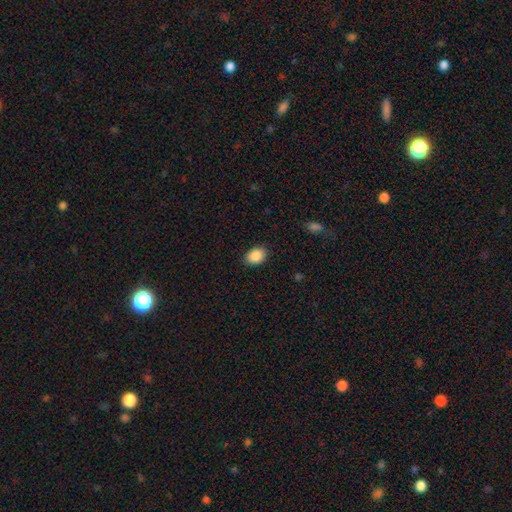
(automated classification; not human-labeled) Q: Smooth or featured?
A: smooth (88%); runner-up: star or artifact (8%)
Q: How rounded?
A: in between (76%); runner-up: round (23%)
Q: Merging?
A: none (87%); runner-up: minor disturbance (10%)